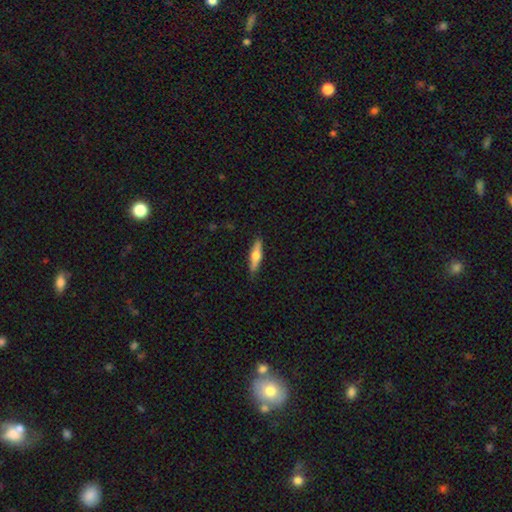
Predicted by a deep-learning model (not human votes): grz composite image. It shows a smooth galaxy with no disk features (51%) that is cigar-shaped (72%). Merging: none (88%).